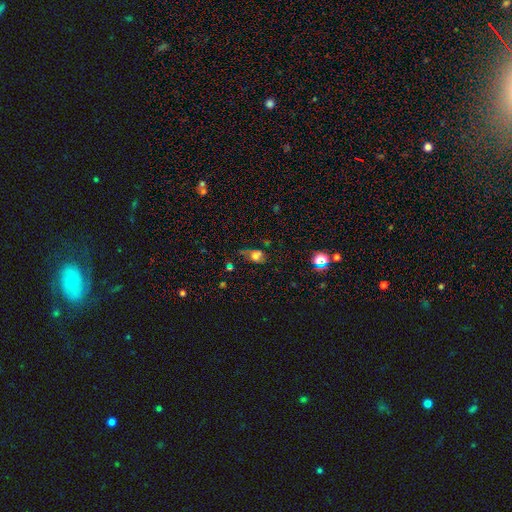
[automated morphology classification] This is possibly a smooth galaxy (54%). How rounded: possibly in between (57%). Merging: marginally none (37%).